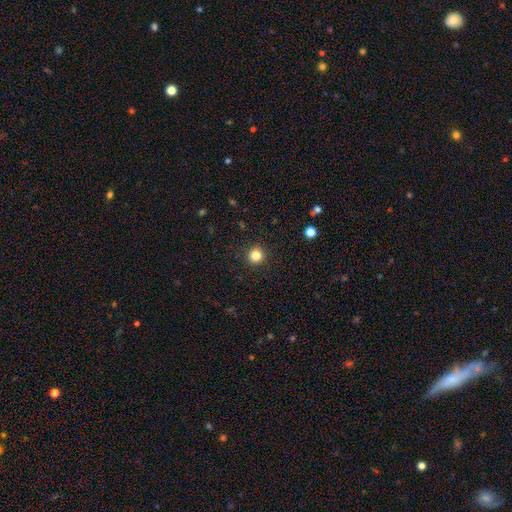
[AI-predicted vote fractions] smooth-or-featured: smooth: 83% | star or artifact: 12% | featured or disk: 5%
  how-rounded: round: 94% | in between: 5% | cigar-shaped: 1%
  merging: none: 92% | minor disturbance: 5% | major disturbance: 2% | merger: 1%